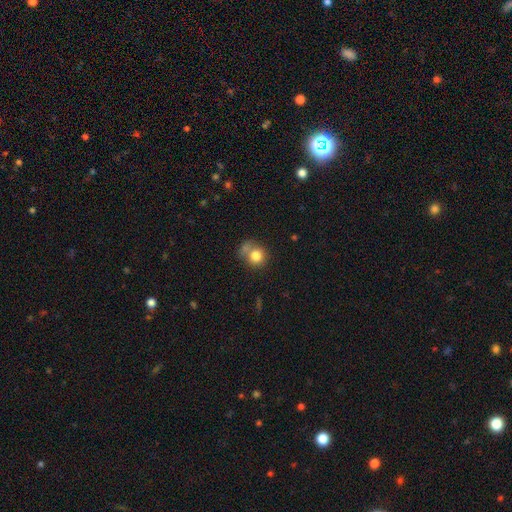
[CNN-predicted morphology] Smooth or featured: smooth — 80% (star or artifact — 10%)
How rounded: round — 83% (in between — 16%)
Merging: none — 48% (merger — 25%)